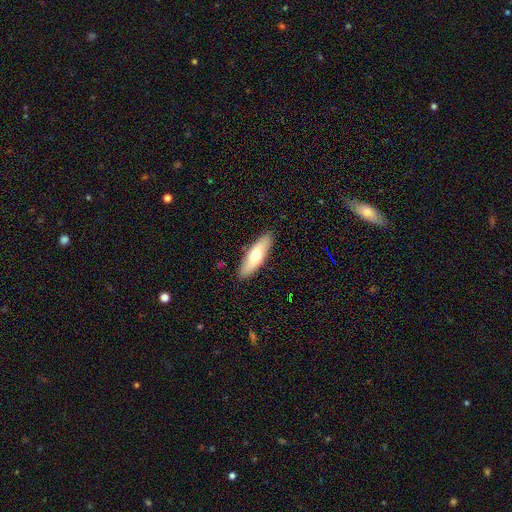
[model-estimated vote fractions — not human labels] Overall: smooth (62%; featured or disk 33%). How rounded: in between (51%; cigar-shaped 47%). Merging: none (89%).